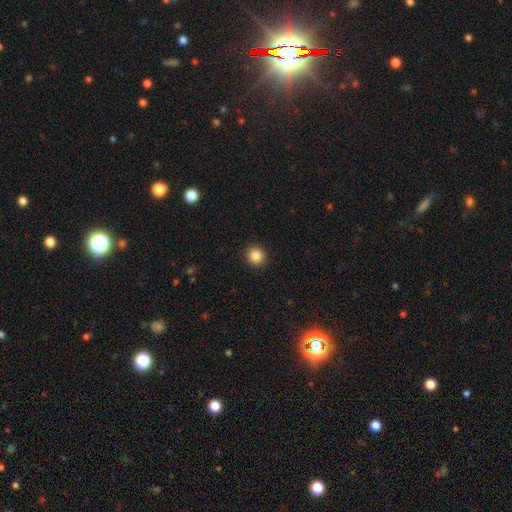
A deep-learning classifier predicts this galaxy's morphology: Q: Smooth or featured?
A: smooth (87%); runner-up: star or artifact (10%)
Q: How rounded?
A: round (93%); runner-up: in between (6%)
Q: Merging?
A: none (92%); runner-up: minor disturbance (5%)